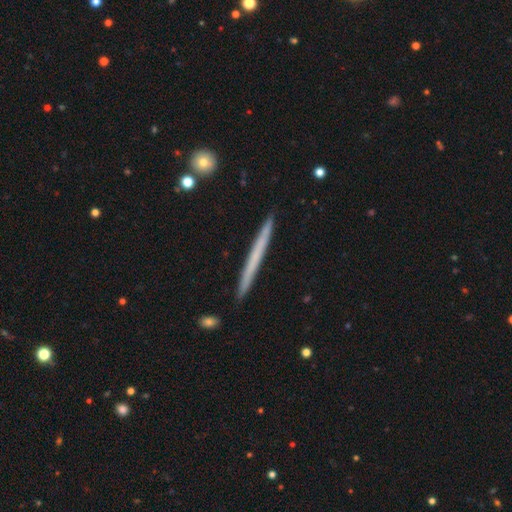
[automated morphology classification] Smooth or featured? Predicted: featured or disk (p=0.50). Edge-on disk? Predicted: yes (p=0.97). Merging? Predicted: none (p=0.91).